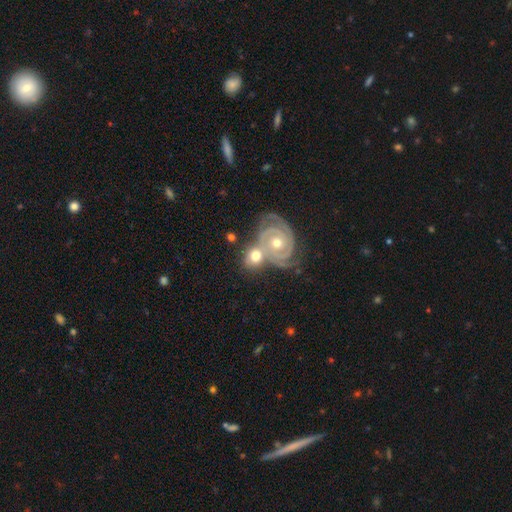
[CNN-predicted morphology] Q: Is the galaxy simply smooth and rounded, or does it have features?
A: featured or disk — 70%.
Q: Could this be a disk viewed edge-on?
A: no — 96%.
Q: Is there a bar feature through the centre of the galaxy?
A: no — 72%.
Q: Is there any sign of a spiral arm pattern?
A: yes — 95%.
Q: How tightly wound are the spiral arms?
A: tight — 71%.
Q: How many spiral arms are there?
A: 2 — 51%.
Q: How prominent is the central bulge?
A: moderate — 67%.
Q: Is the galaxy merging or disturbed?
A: merger — 44%.